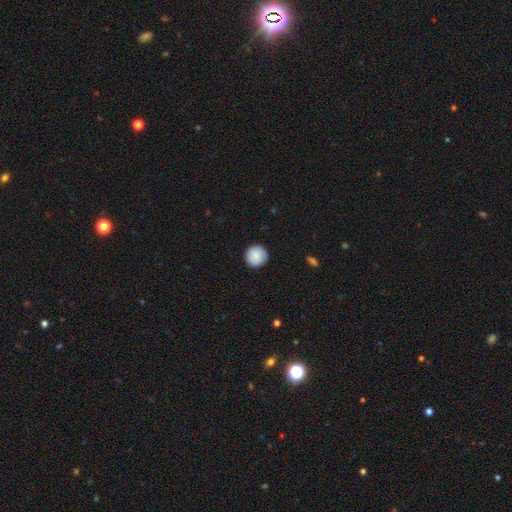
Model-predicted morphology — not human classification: Overall: smooth (87%). How rounded: round (96%). Merging: none (91%).